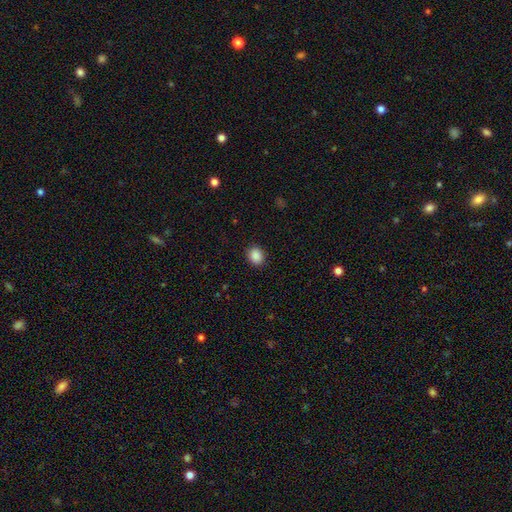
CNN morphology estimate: Q: Smooth or featured?
A: smooth (89%); runner-up: star or artifact (9%)
Q: How rounded?
A: round (54%); runner-up: in between (45%)
Q: Merging?
A: none (89%); runner-up: minor disturbance (7%)